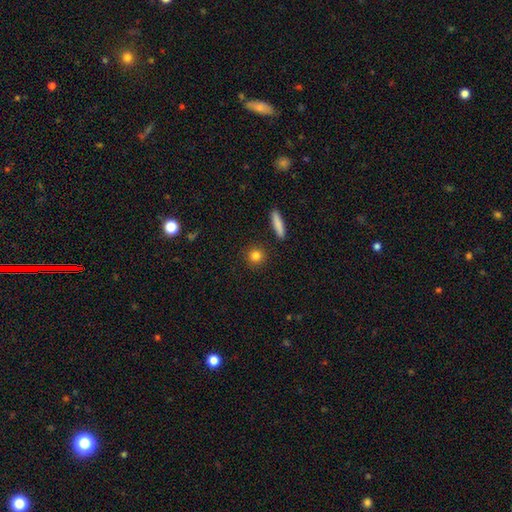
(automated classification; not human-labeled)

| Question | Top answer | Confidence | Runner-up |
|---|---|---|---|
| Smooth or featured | smooth | 83% | star or artifact (10%) |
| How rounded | round | 86% | in between (10%) |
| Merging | none | 90% | minor disturbance (6%) |